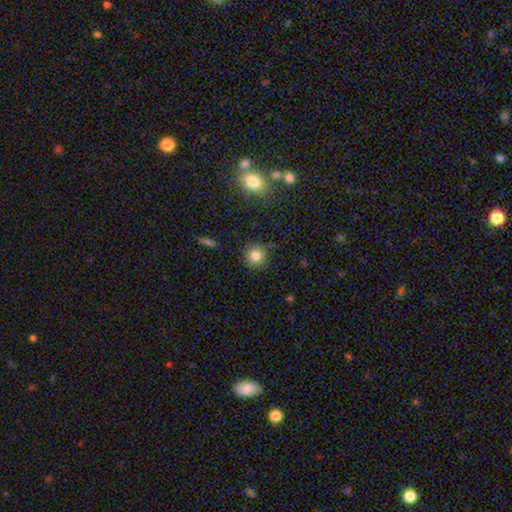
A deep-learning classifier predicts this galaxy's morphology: smooth-or-featured: smooth: 81% | star or artifact: 12% | featured or disk: 7%
  how-rounded: round: 92% | in between: 7% | cigar-shaped: 1%
  merging: none: 86% | minor disturbance: 9% | major disturbance: 2% | merger: 2%